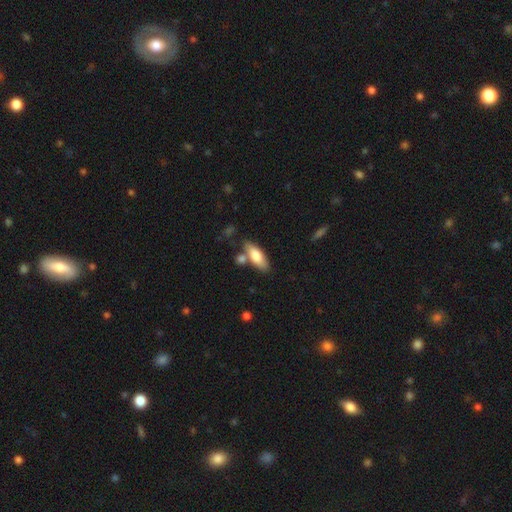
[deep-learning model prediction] Morphology: type=smooth (76%); roundness=in between (69%); merging=none (66%).